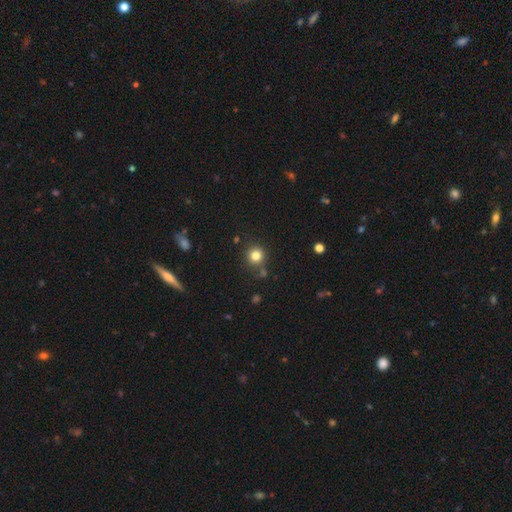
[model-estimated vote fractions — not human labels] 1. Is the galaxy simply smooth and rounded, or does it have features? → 81% smooth, 13% star or artifact, 6% featured or disk.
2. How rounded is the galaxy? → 93% round, 6% in between, 1% cigar-shaped.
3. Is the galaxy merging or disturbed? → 82% none, 9% minor disturbance, 7% merger, 3% major disturbance.